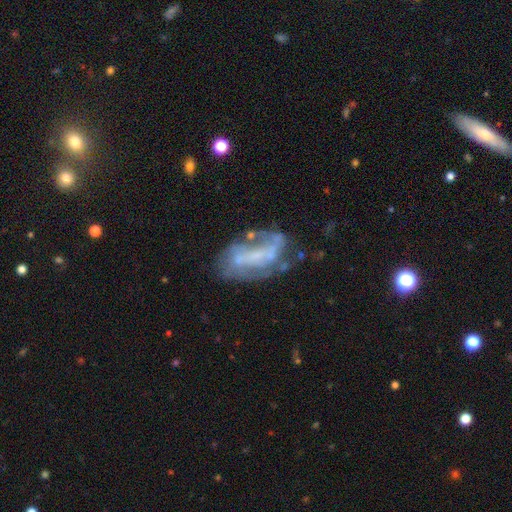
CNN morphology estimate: smooth-or-featured: featured or disk: 71% | smooth: 18% | star or artifact: 11%
  disk-edge-on: no: 94% | yes: 6%
    bar: no: 45% | weak: 31% | strong: 24%
    has-spiral-arms: yes: 59% | no: 41%
    bulge-size: none: 47% | small: 35% | moderate: 14% | large: 3% | dominant: 1%
  merging: none: 43% | major disturbance: 25% | minor disturbance: 23% | merger: 8%